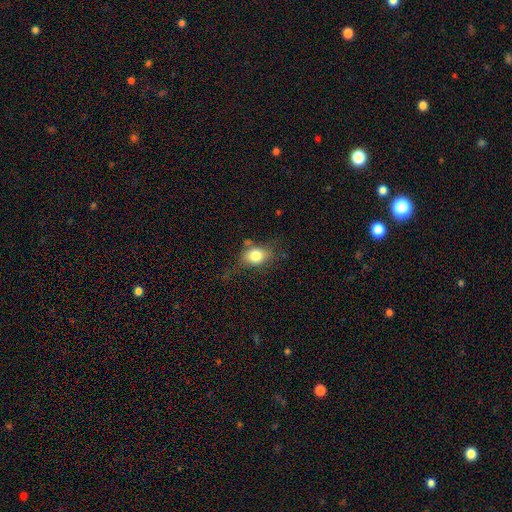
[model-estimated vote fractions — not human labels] Smooth or featured? Predicted: smooth (p=0.76). How rounded? Predicted: in between (p=0.66). Merging? Predicted: none (p=0.50).